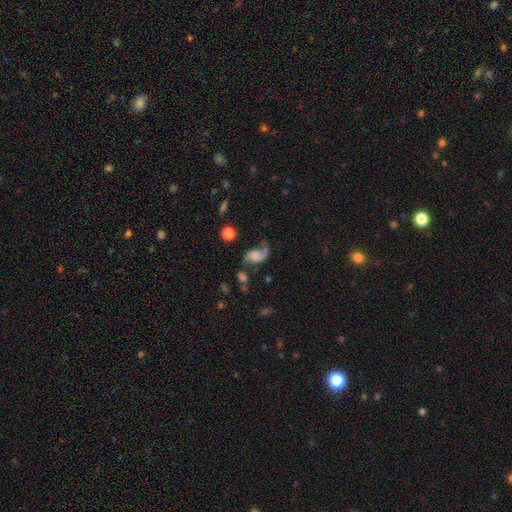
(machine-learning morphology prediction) featured or disk 66%, smooth 24%, star or artifact 10%. Down the decision tree: edge-on disk — no (97%); bar — no (68%); spiral arms — yes (91%); spiral arm count — 2 (68%); spiral winding — loose (70%); bulge size — none (46%); merging — none (42%).